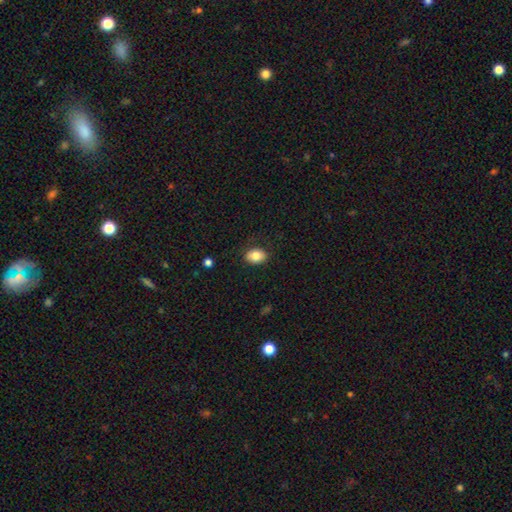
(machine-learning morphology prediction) type=smooth (83%); roundness=in between (71%); merging=none (85%).